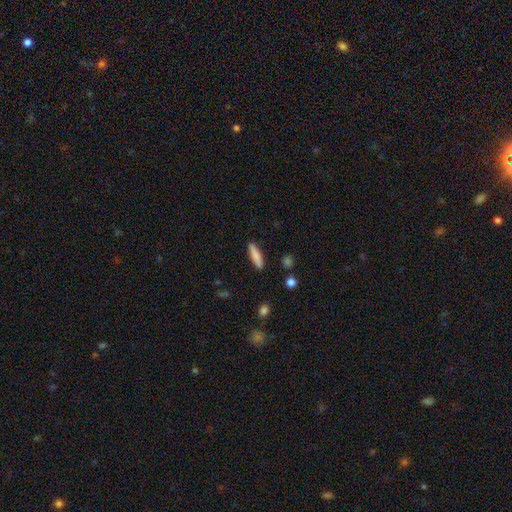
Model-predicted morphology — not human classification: smooth_or_featured: smooth (p=0.80) [alt: featured or disk p=0.14]
how_rounded: cigar-shaped (p=0.75) [alt: in between p=0.23]
merging: none (p=0.88) [alt: minor disturbance p=0.08]